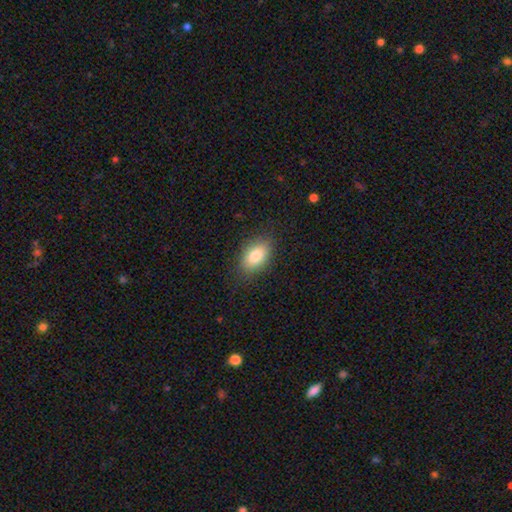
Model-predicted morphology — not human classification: This is clearly a smooth galaxy (82%). How rounded: clearly in between (89%). Merging: clearly none (84%).